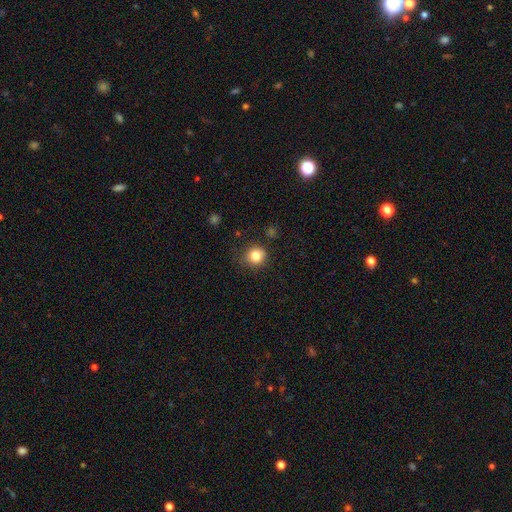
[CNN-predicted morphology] This appears to be a smooth galaxy with no disk features (82%) that is round (90%). Merging: none (84%).